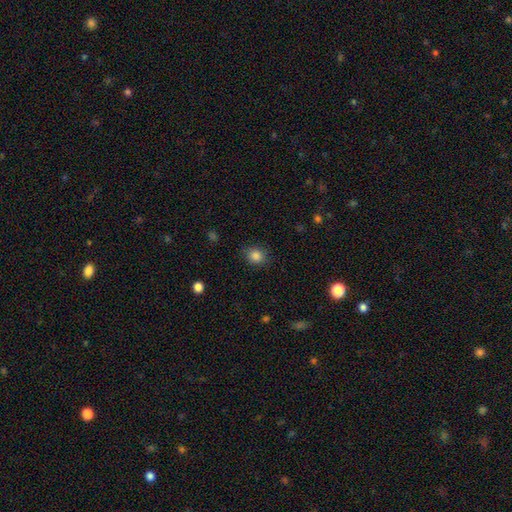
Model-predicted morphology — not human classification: Smooth or featured?
  - smooth: 85% *
  - star or artifact: 11%
  - featured or disk: 4%
How rounded?
  - round: 71% *
  - in between: 28%
  - cigar-shaped: 1%
Merging?
  - none: 84% *
  - minor disturbance: 12%
  - major disturbance: 3%
  - merger: 1%